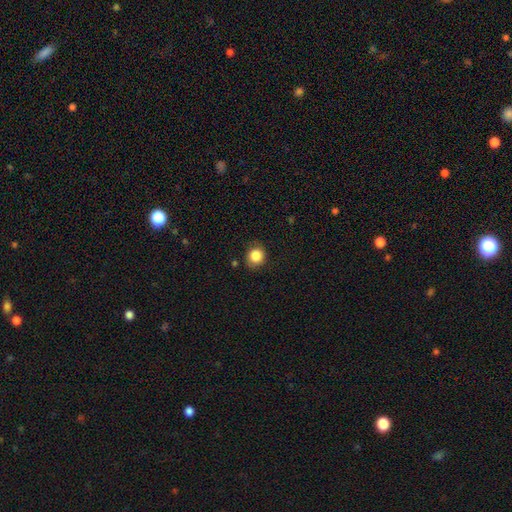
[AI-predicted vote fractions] Smooth or featured? smooth (85%)
How rounded? round (82%)
Merging? none (81%)